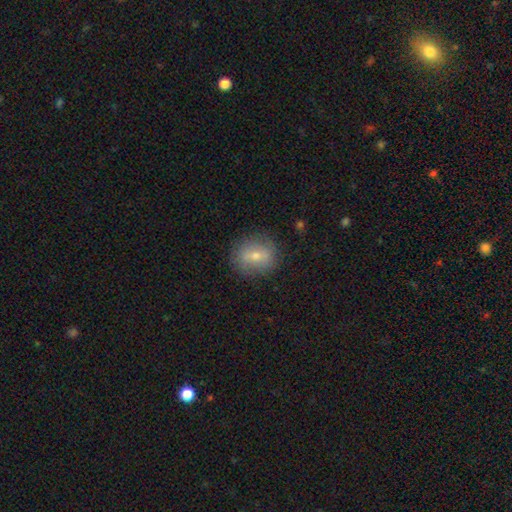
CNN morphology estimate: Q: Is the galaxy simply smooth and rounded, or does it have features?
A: smooth — 58%.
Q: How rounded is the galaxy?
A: round — 67%.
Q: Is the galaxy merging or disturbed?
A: none — 83%.